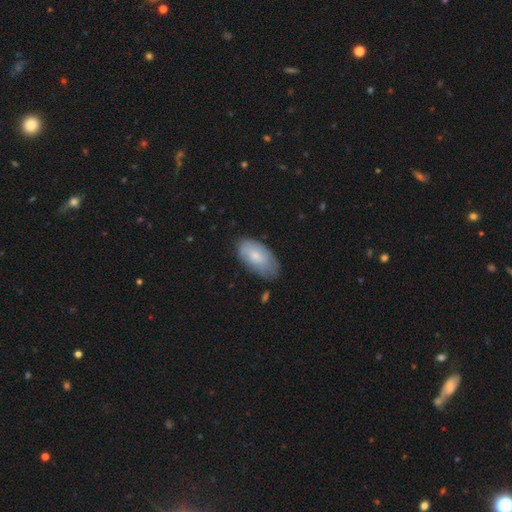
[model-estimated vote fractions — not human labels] smooth_or_featured: smooth (p=0.71) [alt: featured or disk p=0.23]
how_rounded: in between (p=0.94) [alt: cigar-shaped p=0.04]
merging: none (p=0.69) [alt: minor disturbance p=0.25]